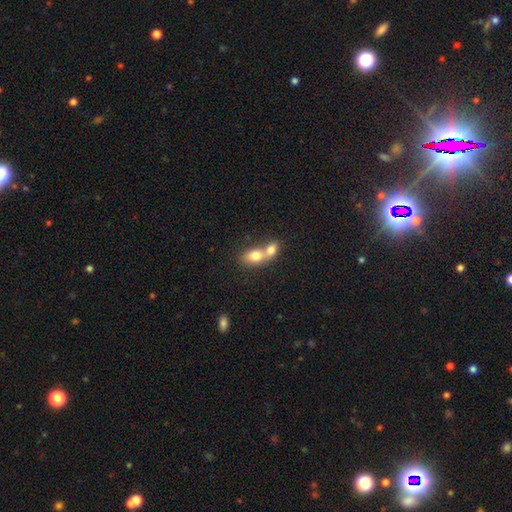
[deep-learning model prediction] Morphology: type=smooth (75%); roundness=in between (69%); merging=merger (76%).